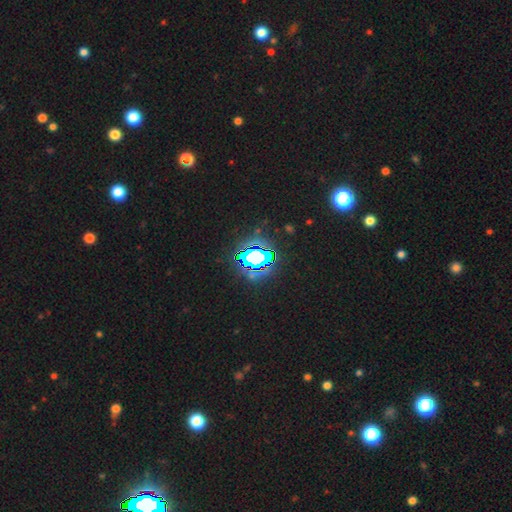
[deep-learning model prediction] Overall: star or artifact (72%).